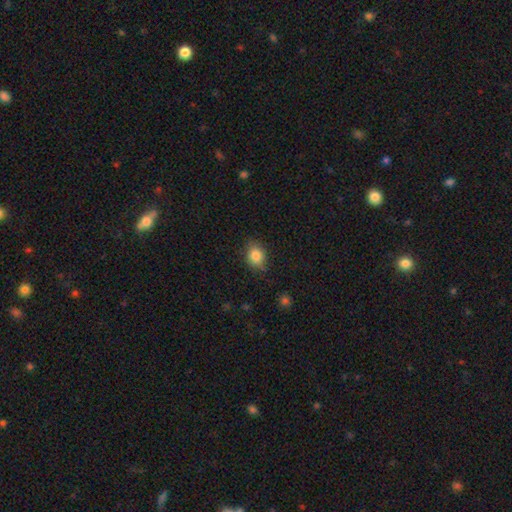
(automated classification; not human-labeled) smooth-or-featured: smooth: 83% | star or artifact: 10% | featured or disk: 7%
  how-rounded: round: 53% | in between: 46% | cigar-shaped: 1%
  merging: none: 77% | minor disturbance: 18% | major disturbance: 4% | merger: 1%